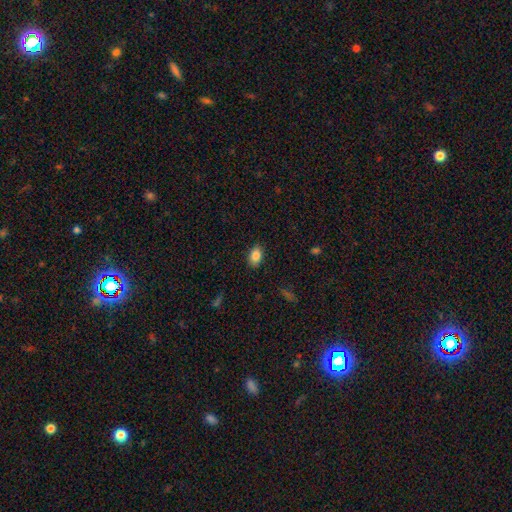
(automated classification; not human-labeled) Smooth or featured? Predicted: smooth (p=0.85). How rounded? Predicted: in between (p=0.88). Merging? Predicted: none (p=0.87).